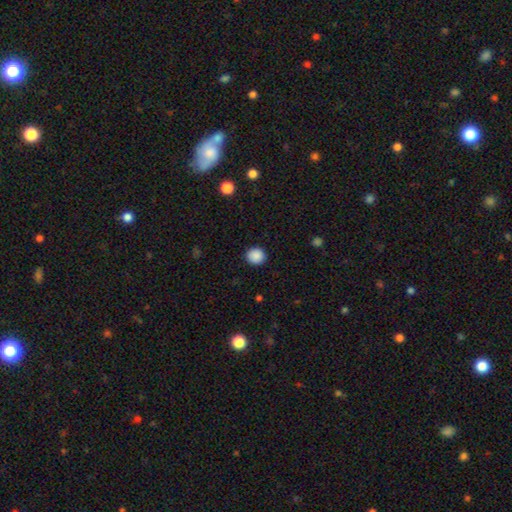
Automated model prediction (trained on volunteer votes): Smooth or featured: smooth — 89% (star or artifact — 8%)
How rounded: round — 89% (in between — 10%)
Merging: none — 92% (minor disturbance — 5%)